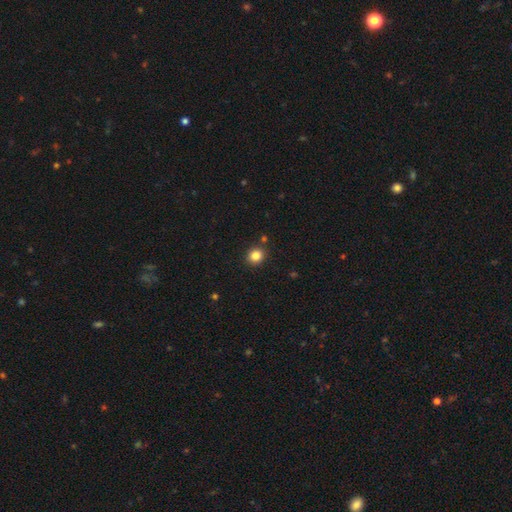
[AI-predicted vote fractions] Smooth or featured: smooth — 84% (star or artifact — 12%)
How rounded: round — 81% (in between — 18%)
Merging: none — 88% (minor disturbance — 7%)